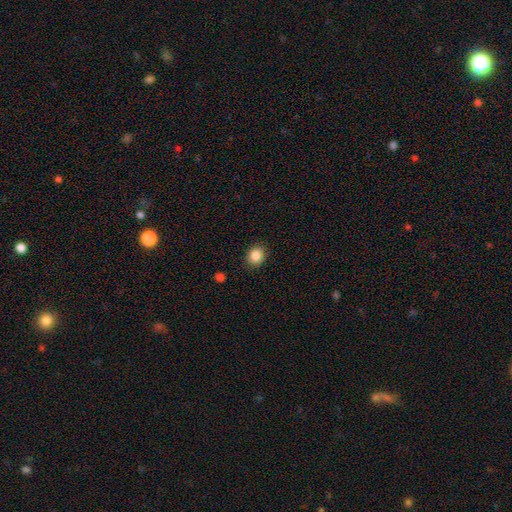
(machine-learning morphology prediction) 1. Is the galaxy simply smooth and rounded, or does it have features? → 86% smooth, 10% star or artifact, 4% featured or disk.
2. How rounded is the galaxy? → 71% round, 28% in between, 1% cigar-shaped.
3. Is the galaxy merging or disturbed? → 89% none, 7% minor disturbance, 2% major disturbance, 1% merger.